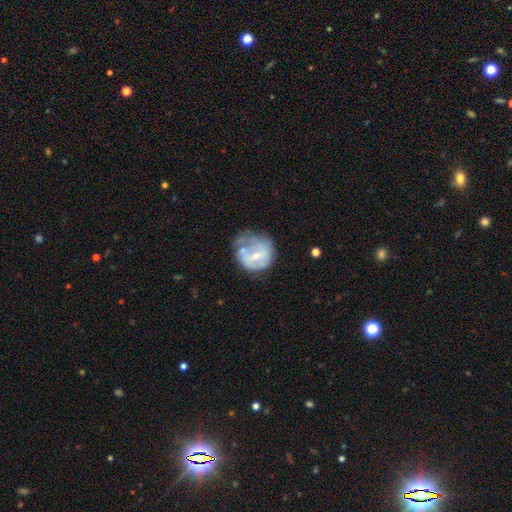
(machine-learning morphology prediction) Smooth or featured? Predicted: featured or disk (p=0.57). Edge-on disk? Predicted: no (p=0.98). Bar? Predicted: weak (p=0.47). Spiral arms? Predicted: yes (p=0.53). Bulge size? Predicted: small (p=0.47). Merging? Predicted: none (p=0.35).